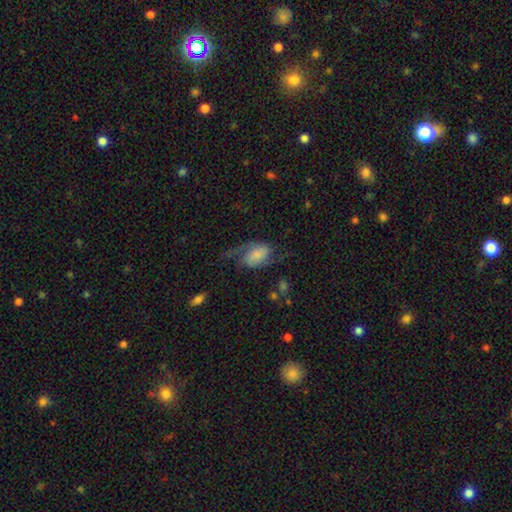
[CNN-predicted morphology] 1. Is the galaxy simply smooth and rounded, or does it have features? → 68% featured or disk, 23% smooth, 8% star or artifact.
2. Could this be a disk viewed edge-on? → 97% no, 3% yes.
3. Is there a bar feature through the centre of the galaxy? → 46% no, 38% weak, 16% strong.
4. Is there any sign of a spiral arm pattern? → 93% yes, 7% no.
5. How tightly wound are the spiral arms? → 55% loose, 36% medium, 9% tight.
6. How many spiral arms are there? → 86% 2, 7% 1, 3% can't tell, 1% 3, 1% 4, 1% more than 4.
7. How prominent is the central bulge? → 33% small, 23% moderate, 20% none, 17% large, 7% dominant.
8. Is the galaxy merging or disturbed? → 53% none, 25% major disturbance, 19% minor disturbance, 2% merger.